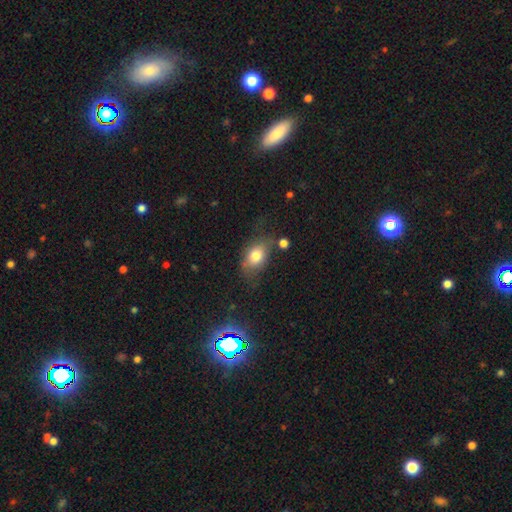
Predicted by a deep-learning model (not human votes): A smooth galaxy with no disk features (77%) that is in between round and cigar-shaped (78%). Merging: none (57%).